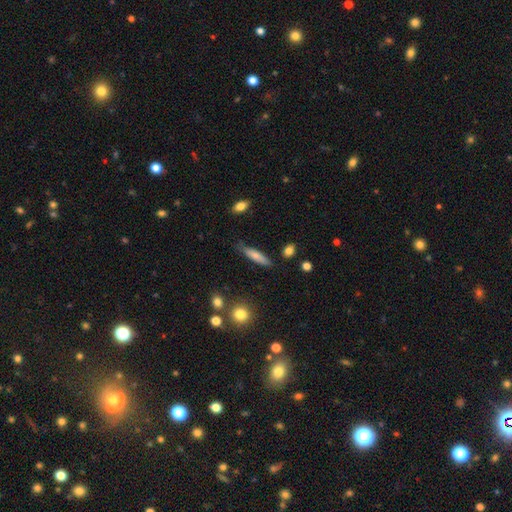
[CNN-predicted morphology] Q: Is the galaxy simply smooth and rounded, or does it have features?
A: smooth — 73%.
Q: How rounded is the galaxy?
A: cigar-shaped — 76%.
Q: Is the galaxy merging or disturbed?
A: none — 75%.